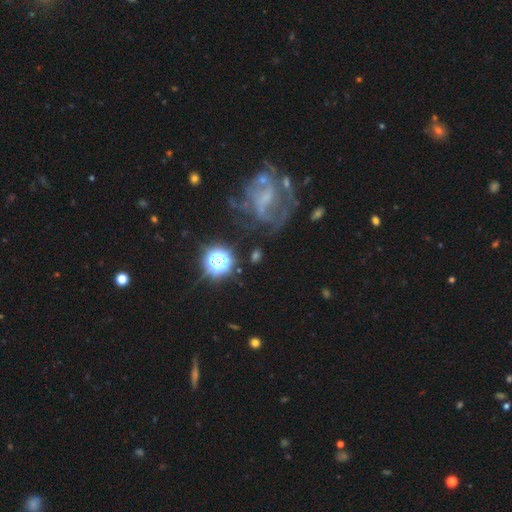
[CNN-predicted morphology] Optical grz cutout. It shows a featured or disk galaxy (37%). Merging: none (61%).